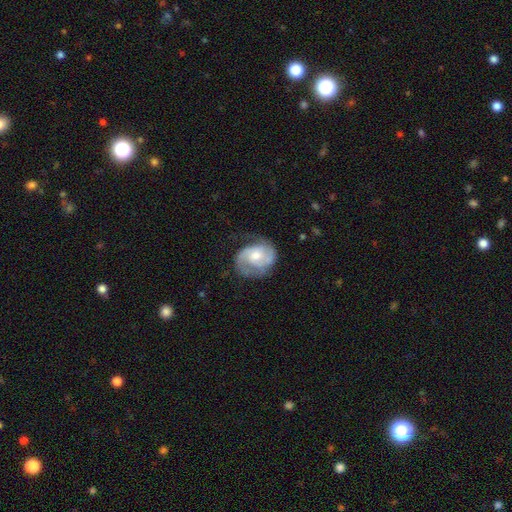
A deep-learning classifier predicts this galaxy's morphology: smooth-or-featured: featured or disk: 81% | smooth: 14% | star or artifact: 5%
  disk-edge-on: no: 98% | yes: 2%
    bar: no: 60% | weak: 33% | strong: 7%
    has-spiral-arms: yes: 95% | no: 5%
      spiral-winding: medium: 44% | tight: 42% | loose: 14%
      spiral-arm-count: 2: 78% | can't tell: 10% | 3: 6% | 1: 4% | 4: 1% | more than 4: 1%
    bulge-size: moderate: 57% | small: 35% | large: 5% | none: 2% | dominant: 1%
  merging: none: 67% | minor disturbance: 22% | major disturbance: 10% | merger: 1%